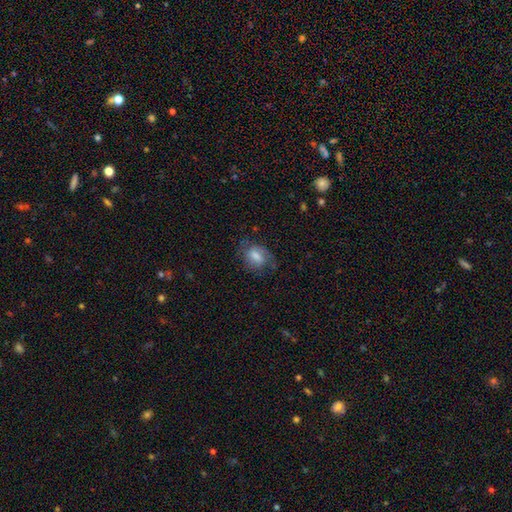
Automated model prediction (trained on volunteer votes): A smooth galaxy with no disk features (50%).

Vote fractions:
- Smooth or featured? smooth: 50% / featured or disk: 40% / star or artifact: 10%
- Merging? none: 62% / minor disturbance: 23% / major disturbance: 14% / merger: 1%